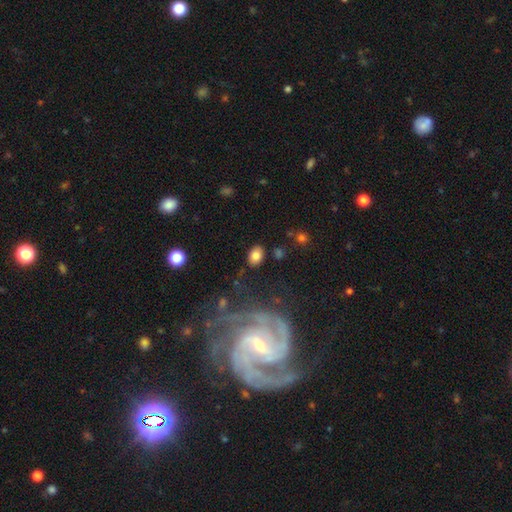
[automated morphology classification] Smooth or featured? Predicted: smooth (p=0.81). How rounded? Predicted: in between (p=0.79). Merging? Predicted: none (p=0.81).